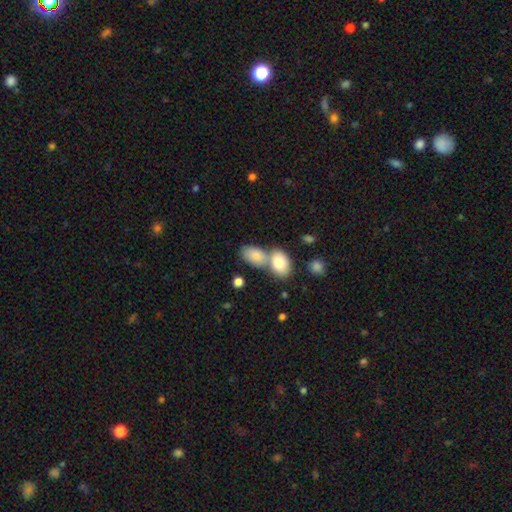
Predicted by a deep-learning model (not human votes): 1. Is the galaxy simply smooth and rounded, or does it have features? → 82% smooth, 11% featured or disk, 7% star or artifact.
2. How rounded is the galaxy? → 91% in between, 7% round, 2% cigar-shaped.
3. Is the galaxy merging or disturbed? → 52% merger, 34% none, 10% minor disturbance, 4% major disturbance.